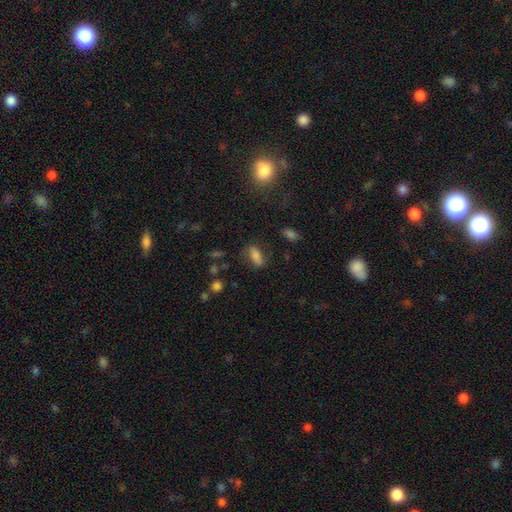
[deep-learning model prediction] Overall: smooth (75%). How rounded: in between (77%). Merging: none (66%).